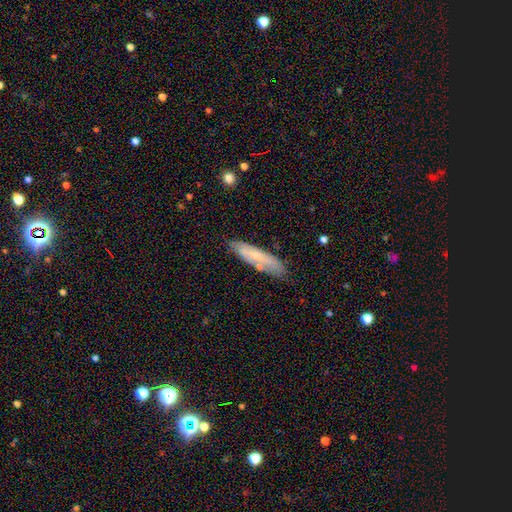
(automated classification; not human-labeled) smooth-or-featured: smooth: 56% | featured or disk: 37% | star or artifact: 7%
  how-rounded: cigar-shaped: 73% | in between: 25% | round: 2%
  merging: none: 75% | minor disturbance: 17% | merger: 5% | major disturbance: 3%